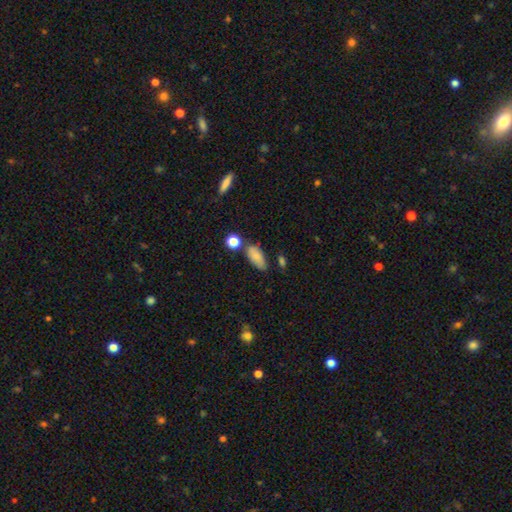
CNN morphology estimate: Q: Smooth or featured?
A: smooth (82%); runner-up: star or artifact (9%)
Q: How rounded?
A: in between (86%); runner-up: cigar-shaped (10%)
Q: Merging?
A: none (67%); runner-up: minor disturbance (19%)